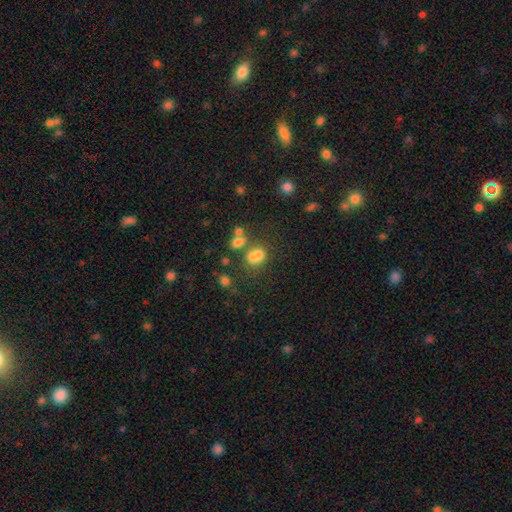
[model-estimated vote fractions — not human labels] A smooth galaxy with no disk features (70%) that is in between round and cigar-shaped (64%).

Vote fractions:
- Smooth or featured? smooth: 70% / star or artifact: 18% / featured or disk: 12%
- How rounded? in between: 64% / round: 34% / cigar-shaped: 2%
- Merging? none: 40% / merger: 38% / minor disturbance: 14% / major disturbance: 9%